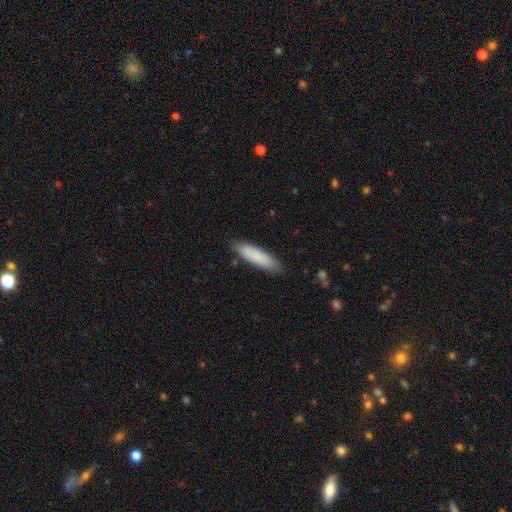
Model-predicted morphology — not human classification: A smooth galaxy with no disk features (83%) that is cigar-shaped (69%). Merging: none (83%).